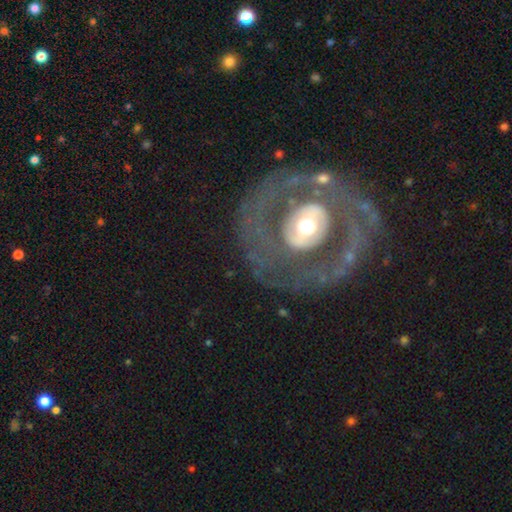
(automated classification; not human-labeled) A featured or disk galaxy (77%) with no bar (63%), spiral arms (54%) and a moderate central bulge (62%).

Vote fractions:
- Smooth or featured? featured or disk: 77% / smooth: 17% / star or artifact: 6%
- Edge-on disk? no: 96% / yes: 4%
- Bar? no: 63% / weak: 22% / strong: 15%
- Spiral arms? yes: 54% / no: 46%
- Bulge size? moderate: 62% / large: 21% / small: 13% / dominant: 2% / none: 1%
- Merging? none: 73% / minor disturbance: 13% / major disturbance: 12% / merger: 2%